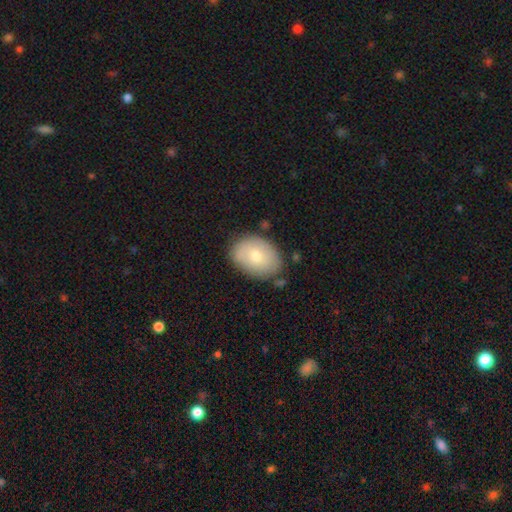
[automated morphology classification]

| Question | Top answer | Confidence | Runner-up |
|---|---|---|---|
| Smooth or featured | smooth | 71% | featured or disk (22%) |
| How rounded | in between | 77% | round (22%) |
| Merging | none | 76% | minor disturbance (17%) |